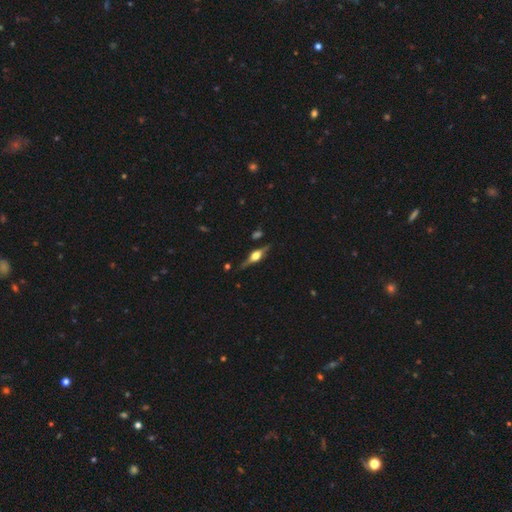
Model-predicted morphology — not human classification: Smooth or featured?
  - featured or disk: 79% *
  - smooth: 15%
  - star or artifact: 6%
Edge-on disk?
  - yes: 97% *
  - no: 3%
Edge-on bulge?
  - rounded: 92% *
  - boxy: 6%
  - none: 1%
Merging?
  - none: 84% *
  - minor disturbance: 11%
  - major disturbance: 3%
  - merger: 2%